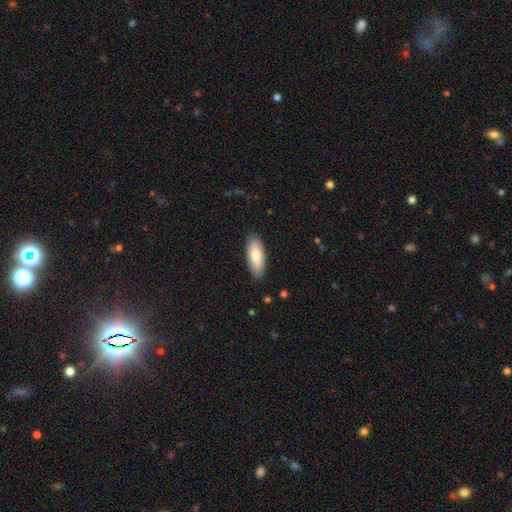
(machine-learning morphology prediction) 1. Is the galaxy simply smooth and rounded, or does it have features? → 77% smooth, 17% featured or disk, 5% star or artifact.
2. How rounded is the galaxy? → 73% in between, 25% cigar-shaped, 2% round.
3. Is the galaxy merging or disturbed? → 88% none, 9% minor disturbance, 2% major disturbance, 1% merger.